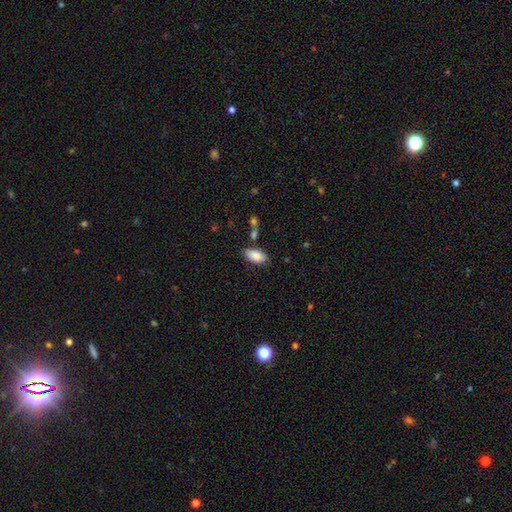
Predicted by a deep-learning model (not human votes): Morphology: type=smooth (88%); roundness=in between (92%); merging=none (77%).